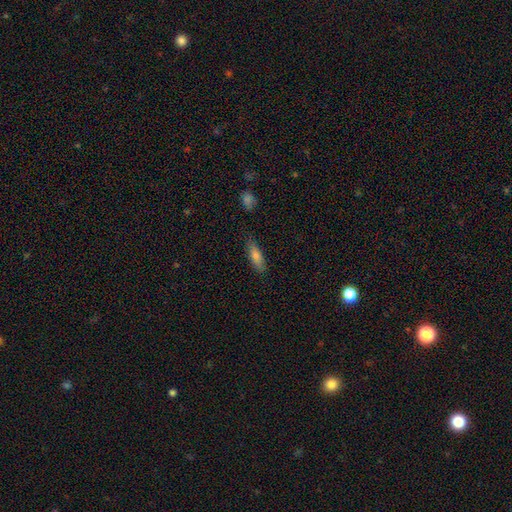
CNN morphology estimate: A smooth galaxy with no disk features (73%) that is cigar-shaped (53%).

Vote fractions:
- Smooth or featured? smooth: 73% / featured or disk: 18% / star or artifact: 8%
- How rounded? cigar-shaped: 53% / in between: 45% / round: 2%
- Merging? none: 83% / minor disturbance: 13% / major disturbance: 3% / merger: 2%